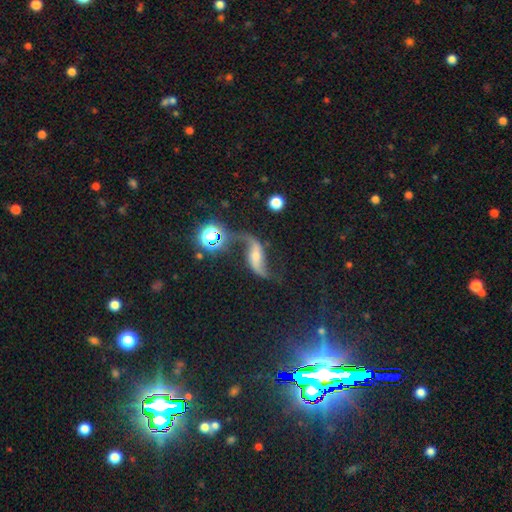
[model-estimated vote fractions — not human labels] Smooth or featured? featured or disk (83%)
Edge-on disk? no (94%)
Bar? no (38%)
Spiral arms? yes (95%)
Spiral winding? loose (91%)
Spiral arm count? 2 (92%)
Bulge size? small (49%)
Merging? none (67%)